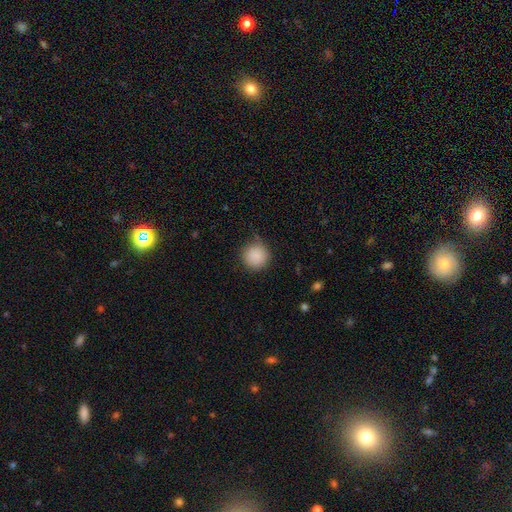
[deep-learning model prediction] smooth_or_featured: smooth (p=0.88) [alt: star or artifact p=0.08]
how_rounded: round (p=0.94) [alt: in between p=0.05]
merging: none (p=0.80) [alt: minor disturbance p=0.15]